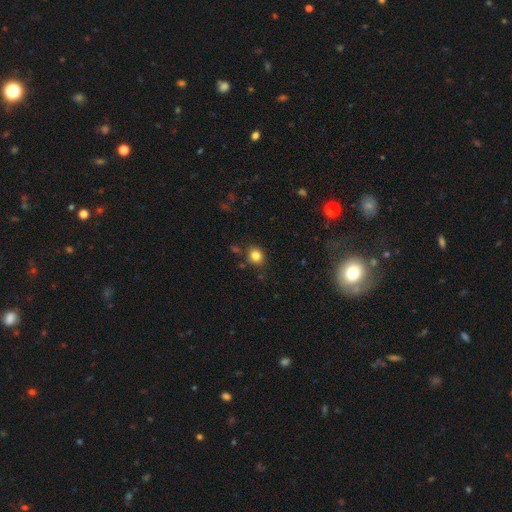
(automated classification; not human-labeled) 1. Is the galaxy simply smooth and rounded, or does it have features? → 82% smooth, 12% star or artifact, 6% featured or disk.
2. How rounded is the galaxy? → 77% round, 22% in between, 1% cigar-shaped.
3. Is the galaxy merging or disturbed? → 83% none, 10% minor disturbance, 4% merger, 3% major disturbance.